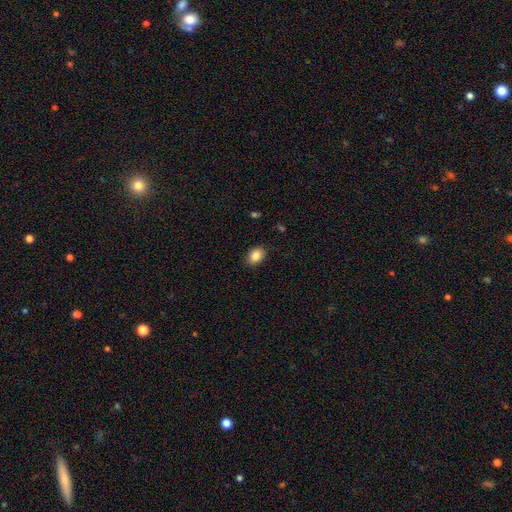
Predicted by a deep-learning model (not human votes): This appears to be a smooth galaxy with no disk features (85%) that is in between round and cigar-shaped (72%). Merging: none (86%).